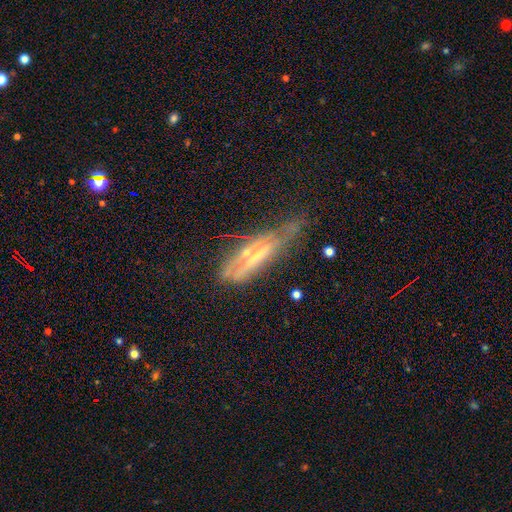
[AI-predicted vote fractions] This is possibly a featured or disk galaxy (57%). It is likely viewed edge-on (65%). Merging: possibly none (51%).